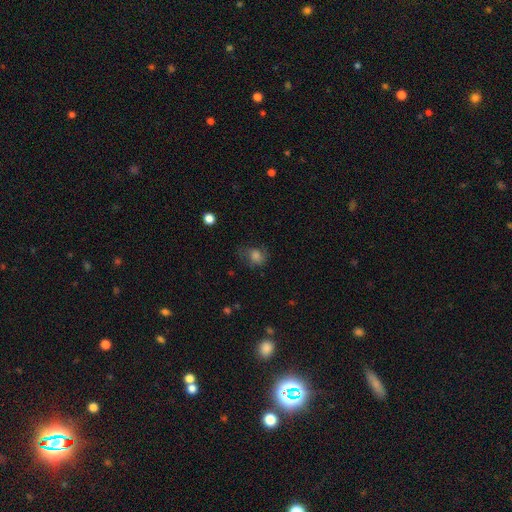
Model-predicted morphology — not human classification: smooth-or-featured: smooth: 72% | featured or disk: 15% | star or artifact: 13%
  how-rounded: round: 54% | in between: 45% | cigar-shaped: 1%
  merging: none: 56% | minor disturbance: 26% | major disturbance: 16% | merger: 2%